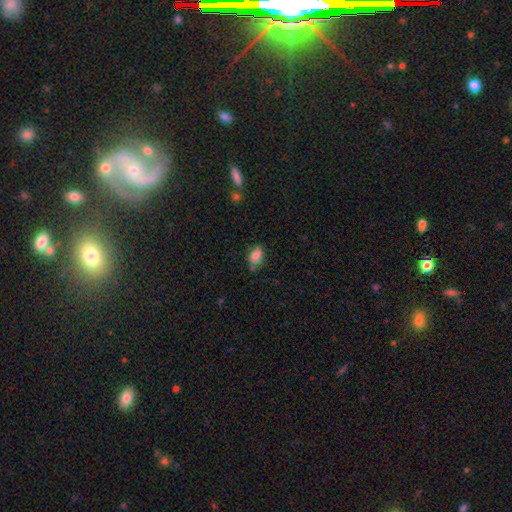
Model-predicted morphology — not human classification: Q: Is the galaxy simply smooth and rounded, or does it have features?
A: smooth — 82%.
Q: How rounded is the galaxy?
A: in between — 77%.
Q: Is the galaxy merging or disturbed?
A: none — 66%.